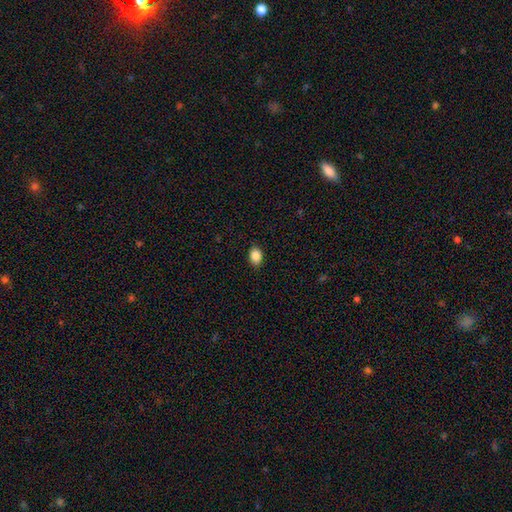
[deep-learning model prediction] The model was most divided on "how rounded": in between: 75%, round: 24%, cigar-shaped: 1%. More confident: smooth or featured — smooth (87%); merging — none (87%).